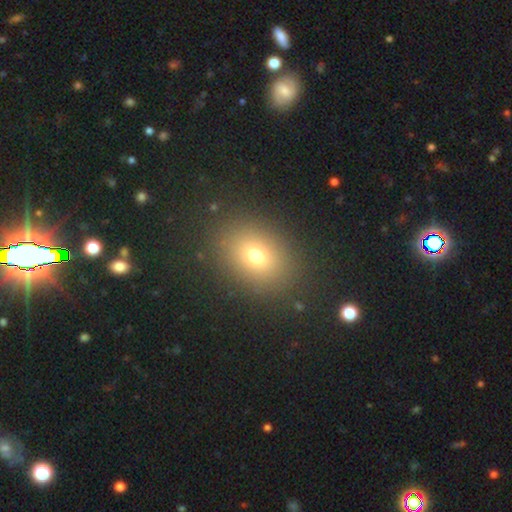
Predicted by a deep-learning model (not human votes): The model was most divided on "how rounded": in between: 58%, round: 41%, cigar-shaped: 1%. More confident: merging — none (87%); smooth or featured — smooth (72%).